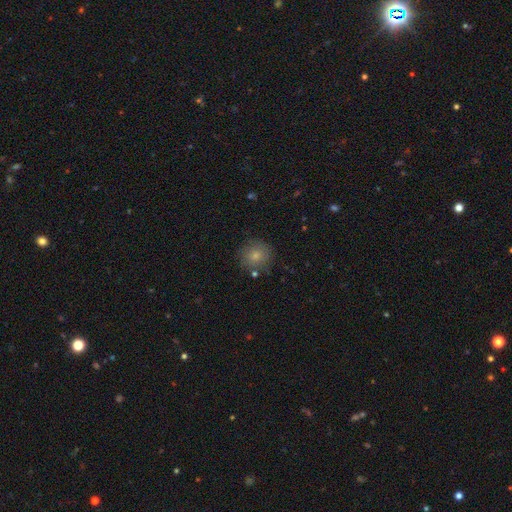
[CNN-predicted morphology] Overall: smooth (79%). How rounded: round (91%). Merging: none (80%).